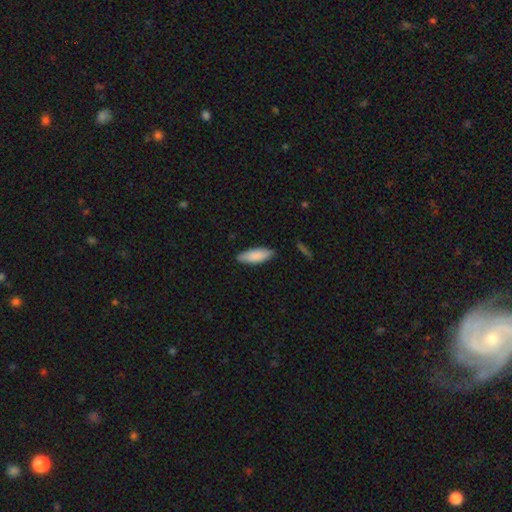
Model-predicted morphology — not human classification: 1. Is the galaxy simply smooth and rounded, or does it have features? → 86% smooth, 8% featured or disk, 6% star or artifact.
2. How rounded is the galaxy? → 61% in between, 38% cigar-shaped, 1% round.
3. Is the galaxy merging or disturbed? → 85% none, 12% minor disturbance, 2% major disturbance, 1% merger.